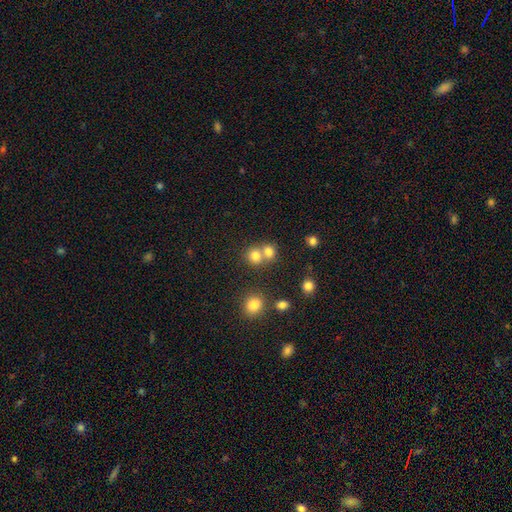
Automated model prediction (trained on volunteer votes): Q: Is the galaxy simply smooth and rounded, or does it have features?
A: smooth — 77%.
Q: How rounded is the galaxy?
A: round — 83%.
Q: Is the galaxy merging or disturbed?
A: merger — 47%.